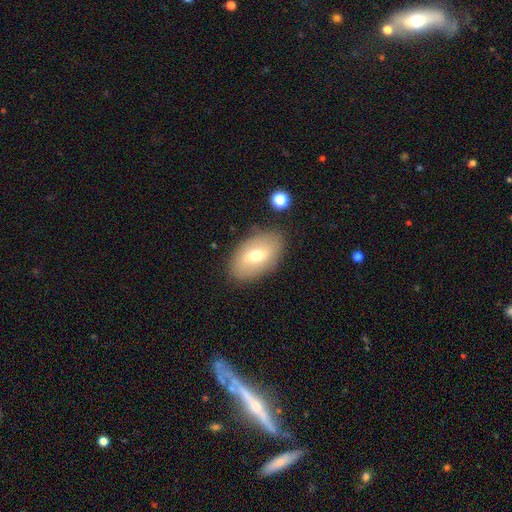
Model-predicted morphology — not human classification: Smooth or featured? smooth (57%)
How rounded? in between (91%)
Merging? none (83%)